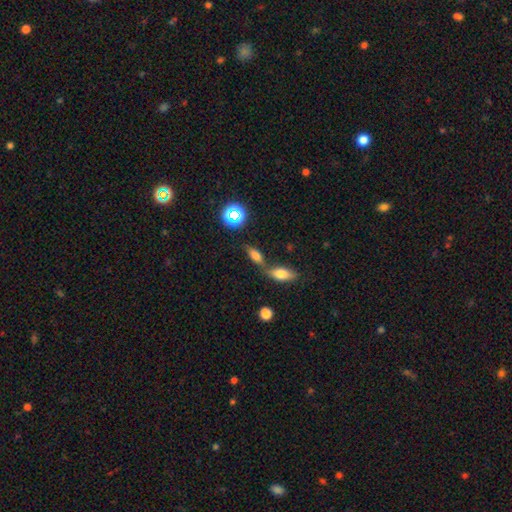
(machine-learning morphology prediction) type=smooth (69%); roundness=in between (75%); merging=none (46%).